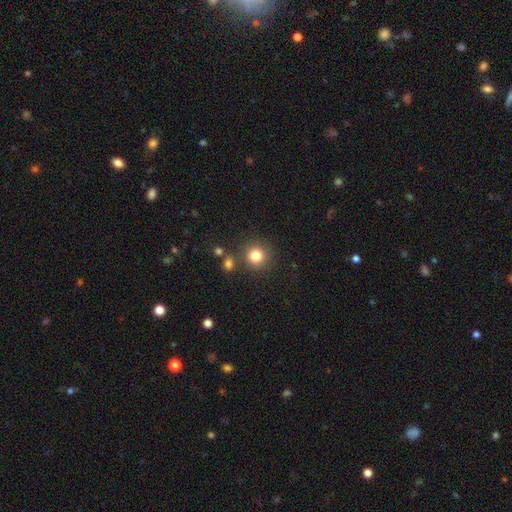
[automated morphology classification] Q: Smooth or featured?
A: smooth (82%); runner-up: star or artifact (12%)
Q: How rounded?
A: round (92%); runner-up: in between (7%)
Q: Merging?
A: none (82%); runner-up: minor disturbance (8%)